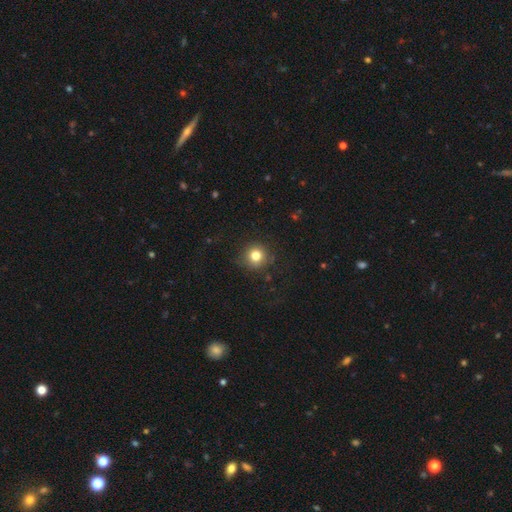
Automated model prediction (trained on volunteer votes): This is likely a smooth galaxy (80%). How rounded: clearly round (93%). Merging: clearly none (87%).